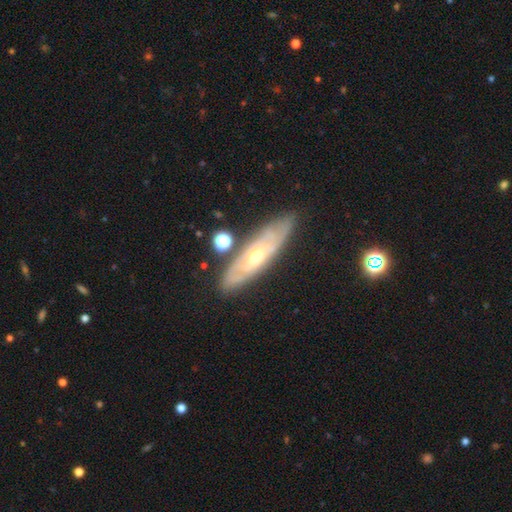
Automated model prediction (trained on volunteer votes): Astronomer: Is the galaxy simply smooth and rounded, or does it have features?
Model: featured or disk — 70%.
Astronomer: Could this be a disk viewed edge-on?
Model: no — 61% (runner-up: yes, 39%).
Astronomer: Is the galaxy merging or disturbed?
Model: none — 80%.